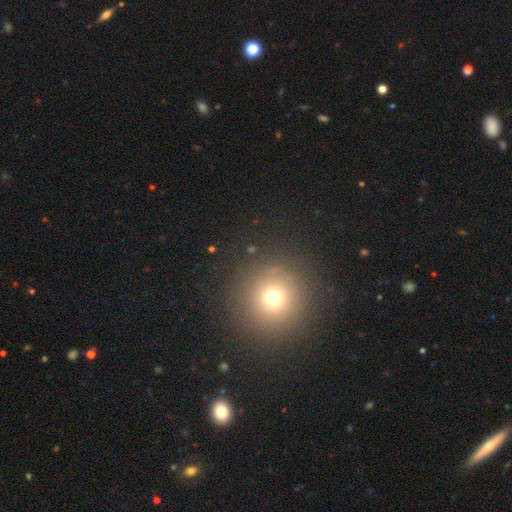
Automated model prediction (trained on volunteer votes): Smooth or featured? smooth (64%)
How rounded? round (95%)
Merging? none (91%)